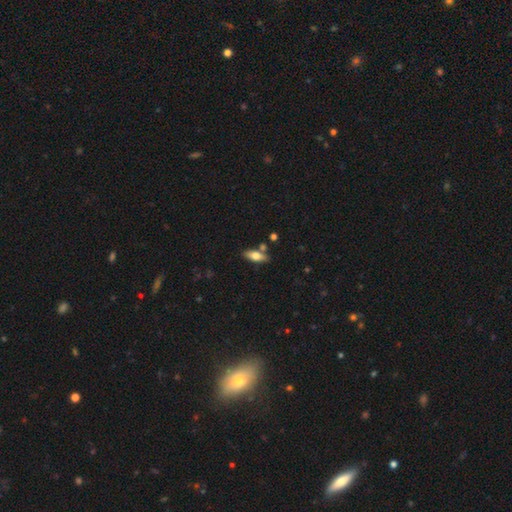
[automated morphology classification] type=smooth (63%); roundness=in between (69%); merging=none (74%).